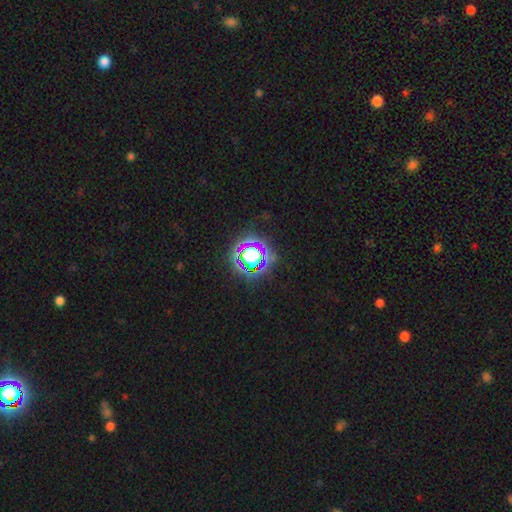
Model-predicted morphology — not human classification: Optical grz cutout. It shows a star or artifact, not a galaxy (58%).